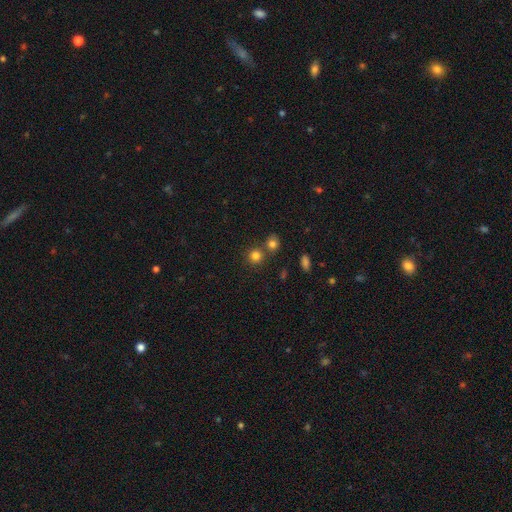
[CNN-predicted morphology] Overall: smooth (79%). How rounded: round (89%). Merging: none (67%).